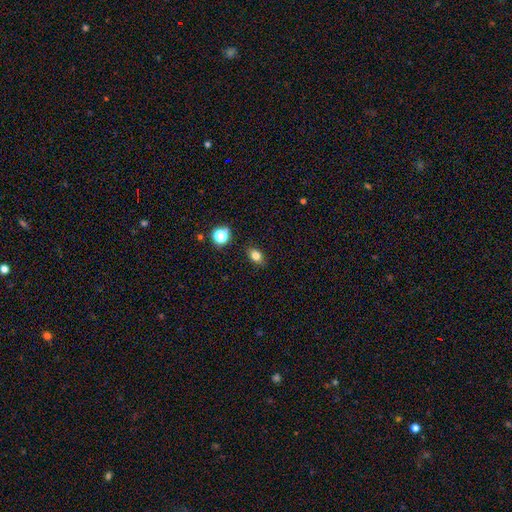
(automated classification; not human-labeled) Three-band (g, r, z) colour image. It shows a smooth galaxy with no disk features (79%) that is in between round and cigar-shaped (75%). Merging: none (86%).